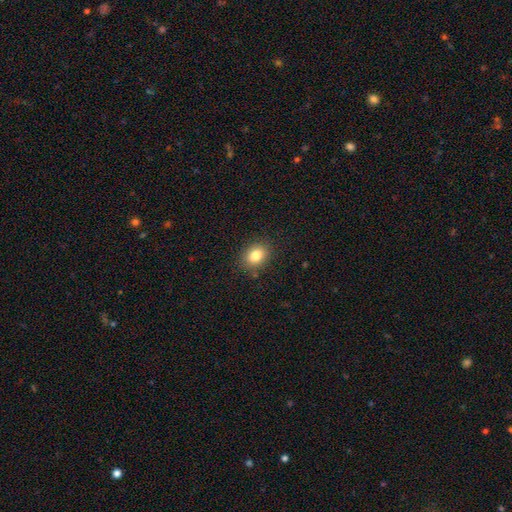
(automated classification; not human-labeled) Smooth or featured? smooth (82%)
How rounded? in between (57%)
Merging? none (86%)